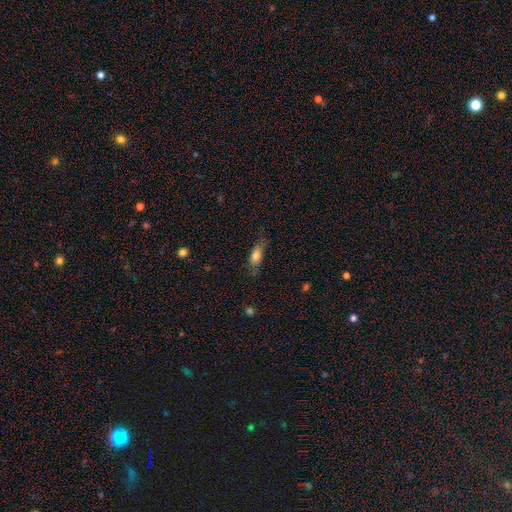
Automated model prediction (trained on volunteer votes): This appears to be a smooth galaxy with no disk features (73%) that is in between round and cigar-shaped (67%). Merging: none (67%).